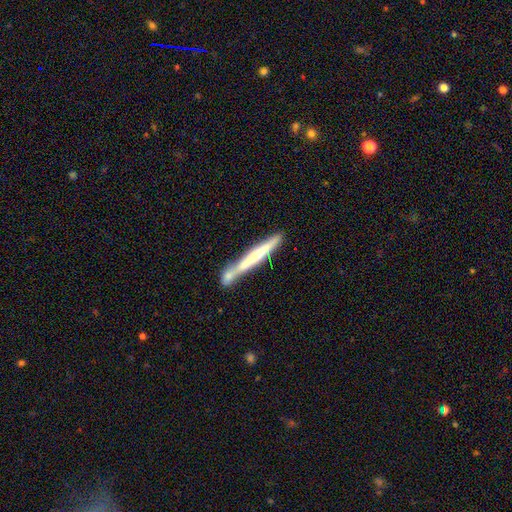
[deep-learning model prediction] This appears to be a smooth galaxy with no disk features (47%, tied with featured or disk). Merging: none (53%).